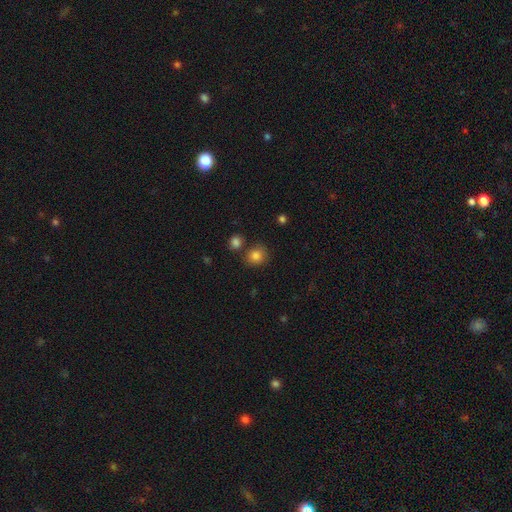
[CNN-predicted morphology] This appears to be a smooth galaxy with no disk features (84%) that is round (83%). Merging: none (73%).